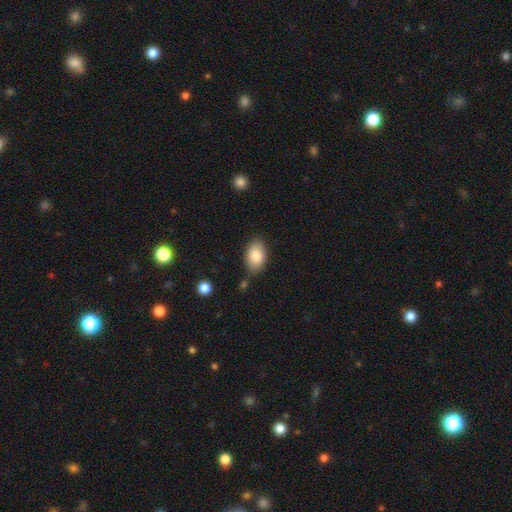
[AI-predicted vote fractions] A smooth galaxy with no disk features (85%) that is in between round and cigar-shaped (92%). Merging: none (75%).